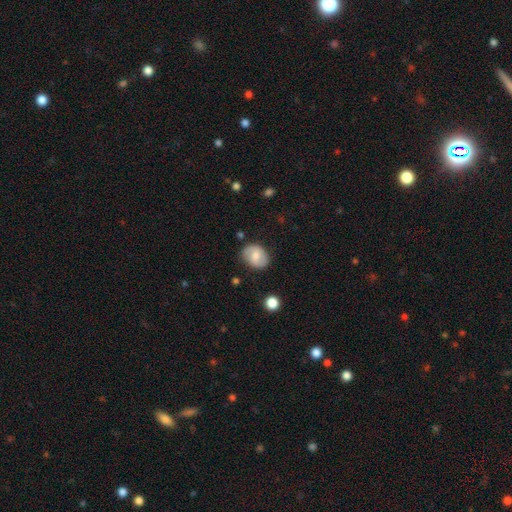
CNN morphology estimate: Overall: smooth (56%; featured or disk 36%). How rounded: in between (59%; round 40%). Merging: none (77%).